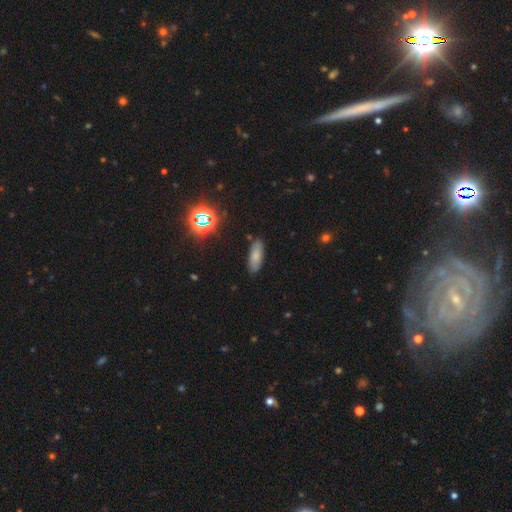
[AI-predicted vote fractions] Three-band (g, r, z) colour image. It shows a smooth galaxy with no disk features (74%) that is in between round and cigar-shaped (71%). Merging: none (85%).